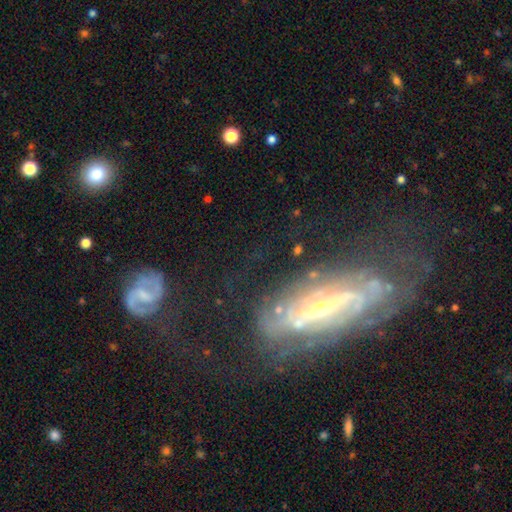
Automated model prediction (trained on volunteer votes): featured or disk 81%, smooth 10%, star or artifact 9%. Down the decision tree: edge-on disk — no (78%); bar — no (35%); spiral arms — yes (82%); spiral arm count — can't tell (44%); spiral winding — tight (53%); bulge size — small (63%); merging — none (56%).